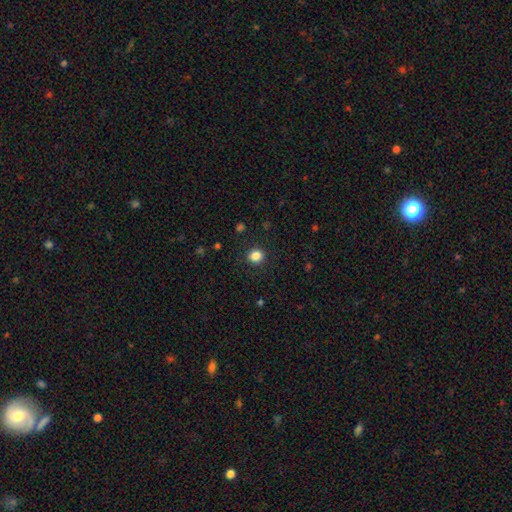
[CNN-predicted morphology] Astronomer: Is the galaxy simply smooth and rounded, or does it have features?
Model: smooth — 85%.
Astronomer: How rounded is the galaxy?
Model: round — 77%.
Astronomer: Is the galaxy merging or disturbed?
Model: none — 90%.